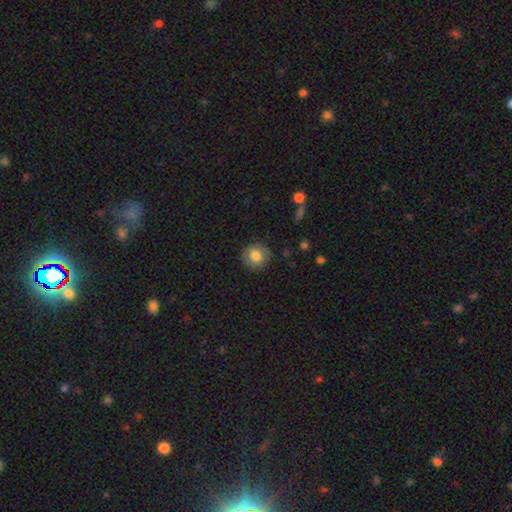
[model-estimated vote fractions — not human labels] Smooth or featured? Predicted: smooth (p=0.80). How rounded? Predicted: round (p=0.89). Merging? Predicted: none (p=0.87).